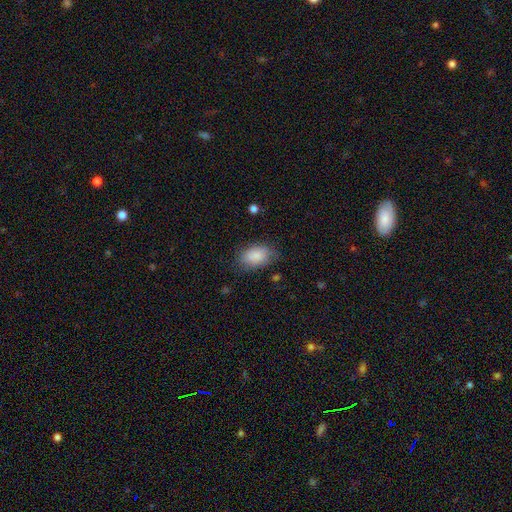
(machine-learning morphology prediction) Smooth or featured? smooth (86%)
How rounded? in between (89%)
Merging? none (73%)